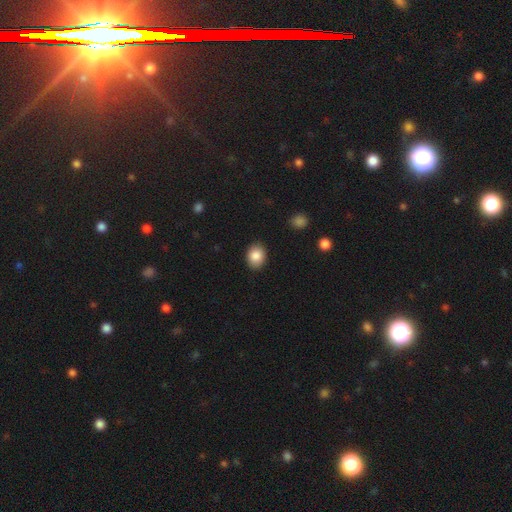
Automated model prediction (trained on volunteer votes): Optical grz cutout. It shows a smooth galaxy with no disk features (87%) that is in between round and cigar-shaped (61%). Merging: none (88%).